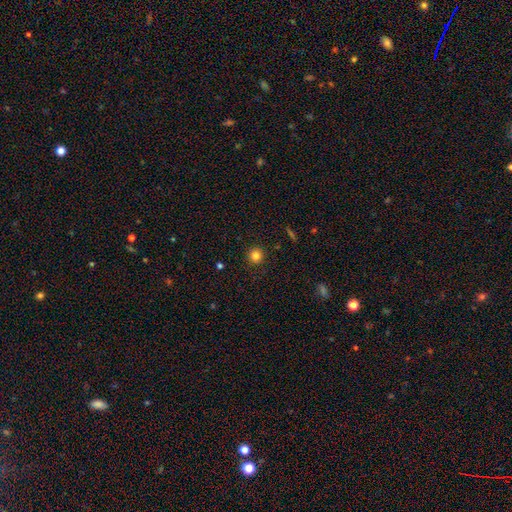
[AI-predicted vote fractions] Smooth or featured? Predicted: smooth (p=0.81). How rounded? Predicted: round (p=0.94). Merging? Predicted: none (p=0.91).